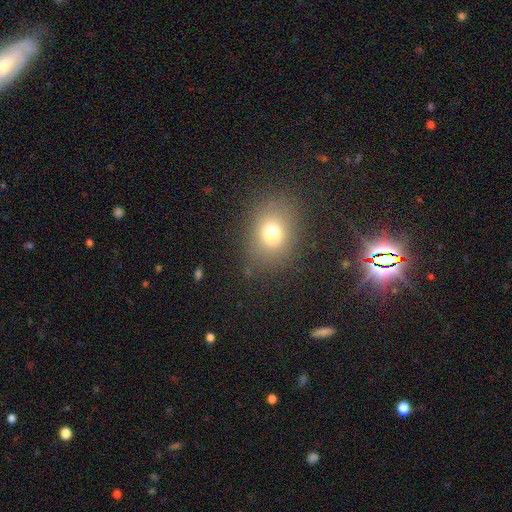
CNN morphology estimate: Overall: smooth (59%; star or artifact 30%). How rounded: in between (53%; round 46%). Merging: none (86%).